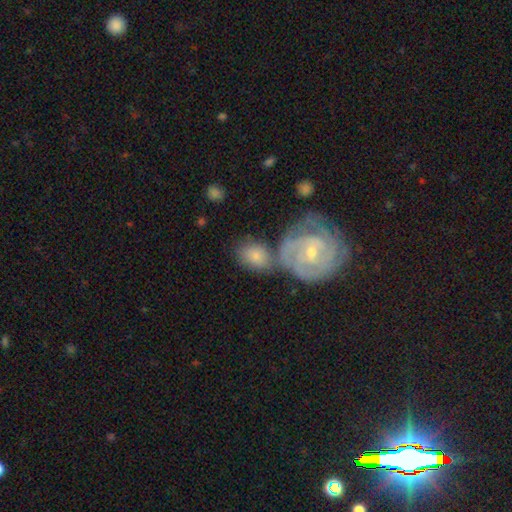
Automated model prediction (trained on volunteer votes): Smooth or featured? smooth (57%)
How rounded? in between (65%)
Merging? none (45%)